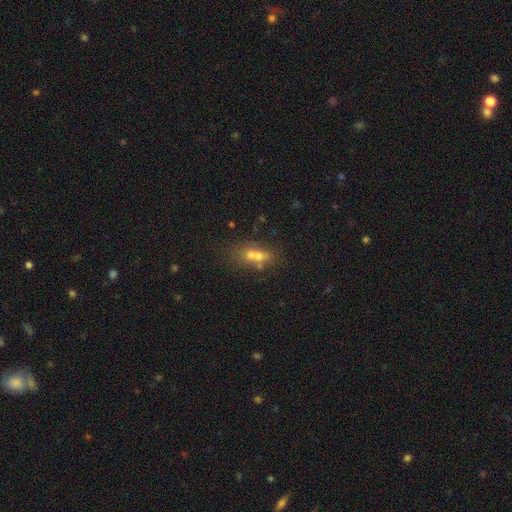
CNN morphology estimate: smooth 50%, featured or disk 29%, star or artifact 21%. Down the decision tree: how rounded — round (46%, tied with in between); merging — merger (53%).